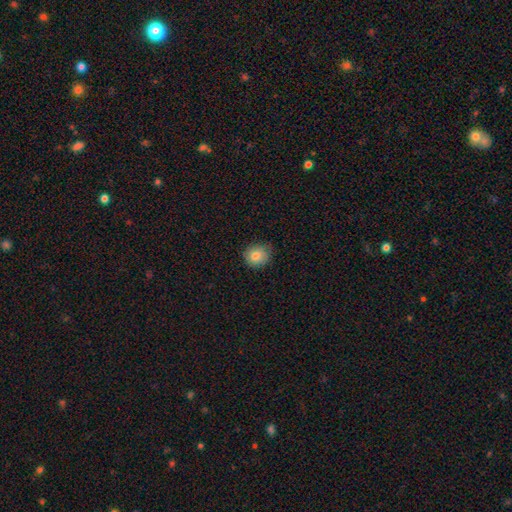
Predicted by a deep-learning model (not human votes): Q: Smooth or featured?
A: smooth (82%); runner-up: star or artifact (10%)
Q: How rounded?
A: round (78%); runner-up: in between (21%)
Q: Merging?
A: none (77%); runner-up: minor disturbance (19%)